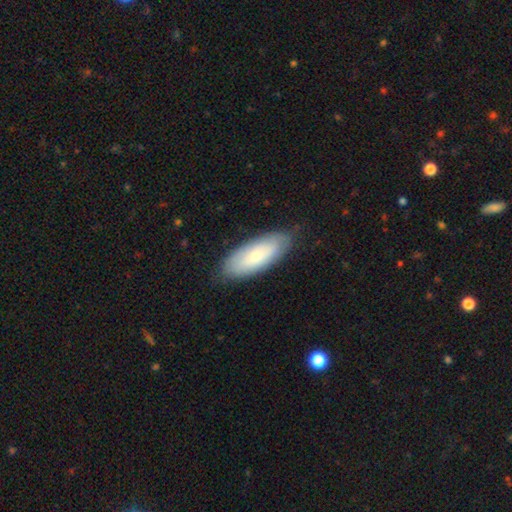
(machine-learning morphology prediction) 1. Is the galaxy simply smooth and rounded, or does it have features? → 70% smooth, 25% featured or disk, 6% star or artifact.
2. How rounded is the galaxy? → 79% in between, 19% cigar-shaped, 2% round.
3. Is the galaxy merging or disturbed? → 81% none, 15% minor disturbance, 3% major disturbance, 1% merger.